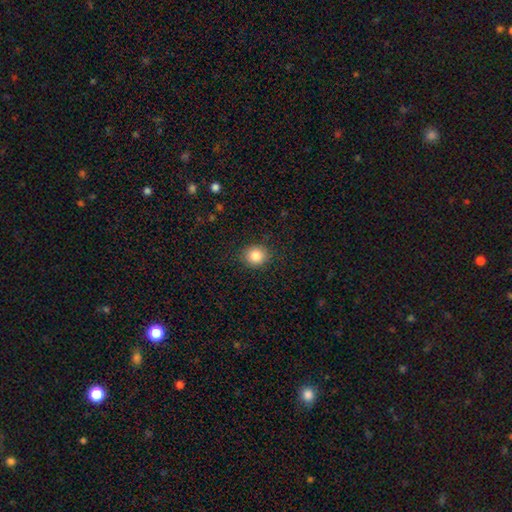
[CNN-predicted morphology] Q: Smooth or featured?
A: smooth (85%); runner-up: star or artifact (10%)
Q: How rounded?
A: round (83%); runner-up: in between (16%)
Q: Merging?
A: none (88%); runner-up: minor disturbance (8%)